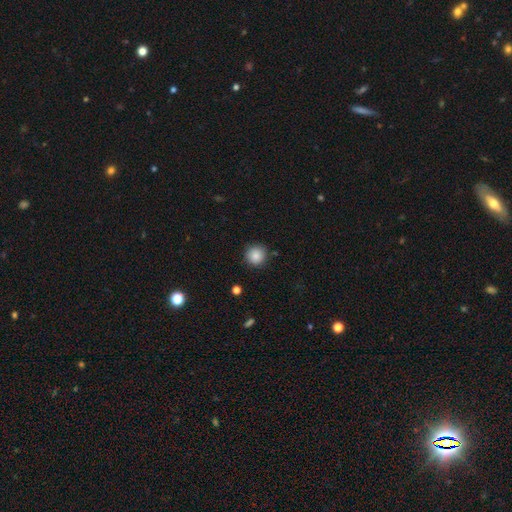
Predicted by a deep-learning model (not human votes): smooth_or_featured: smooth (p=0.86) [alt: star or artifact p=0.09]
how_rounded: round (p=0.94) [alt: in between p=0.05]
merging: none (p=0.88) [alt: minor disturbance p=0.08]